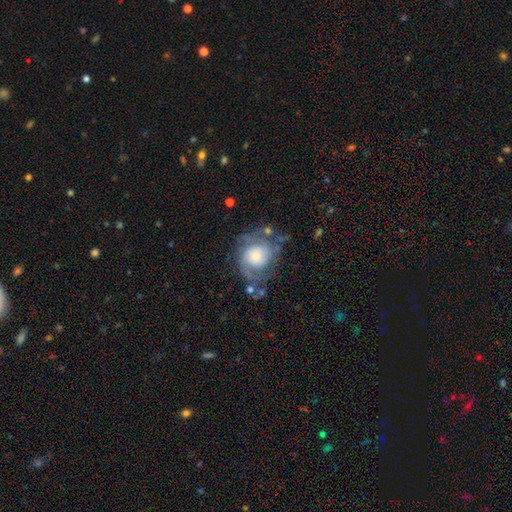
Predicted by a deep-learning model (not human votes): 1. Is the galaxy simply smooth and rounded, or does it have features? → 67% featured or disk, 24% smooth, 8% star or artifact.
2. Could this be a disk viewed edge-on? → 97% no, 3% yes.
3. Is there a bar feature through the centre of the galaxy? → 76% no, 20% weak, 4% strong.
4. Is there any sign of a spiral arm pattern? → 83% yes, 17% no.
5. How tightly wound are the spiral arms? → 42% tight, 40% medium, 18% loose.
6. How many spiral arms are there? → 47% 2, 29% can't tell, 10% 3, 7% 1, 4% 4, 3% more than 4.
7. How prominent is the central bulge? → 33% moderate (tied), 33% small (tied), 25% large, 5% dominant, 5% none.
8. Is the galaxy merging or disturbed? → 52% none, 22% minor disturbance, 21% major disturbance, 4% merger.